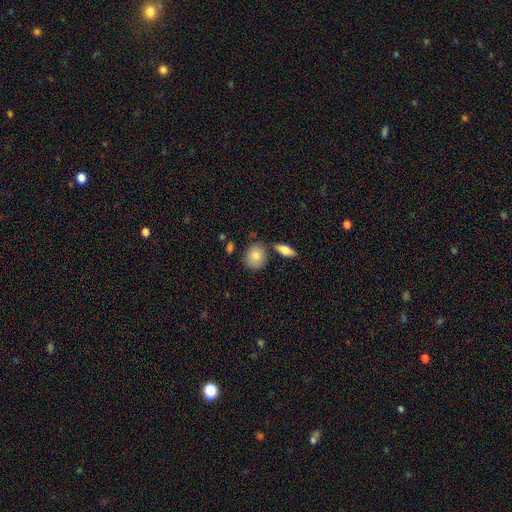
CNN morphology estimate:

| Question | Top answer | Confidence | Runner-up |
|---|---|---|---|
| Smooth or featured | smooth | 81% | featured or disk (12%) |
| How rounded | round | 61% | in between (37%) |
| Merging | none | 69% | minor disturbance (16%) |